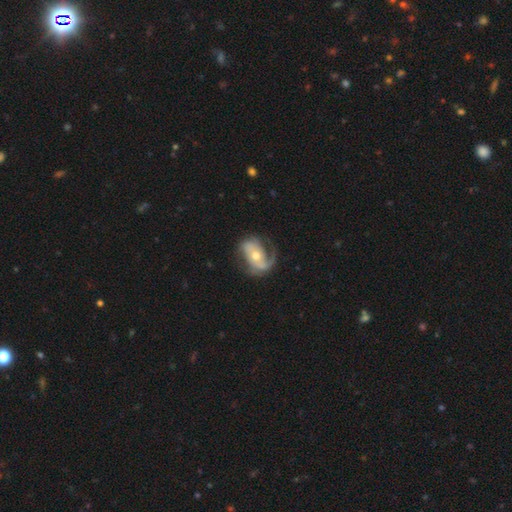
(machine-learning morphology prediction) type=featured or disk (80%); edge-on=no (96%); bar=no (53%); spiral arms=yes (91%); winding=medium (41%); arm count=2 (56%); bulge=moderate (64%); merging=none (54%).